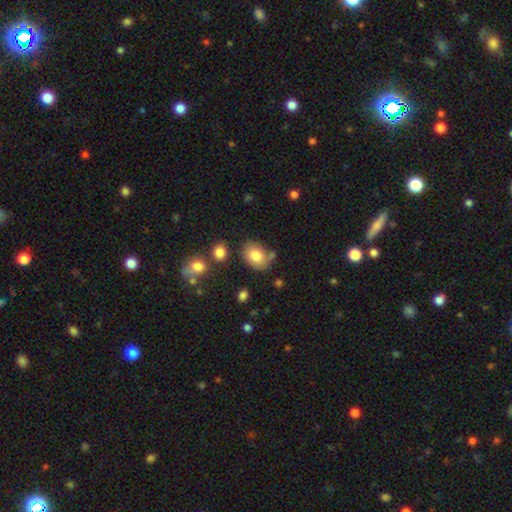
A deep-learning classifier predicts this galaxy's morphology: smooth-or-featured: smooth: 80% | featured or disk: 11% | star or artifact: 9%
  how-rounded: in between: 70% | round: 29% | cigar-shaped: 1%
  merging: none: 67% | minor disturbance: 19% | merger: 9% | major disturbance: 5%